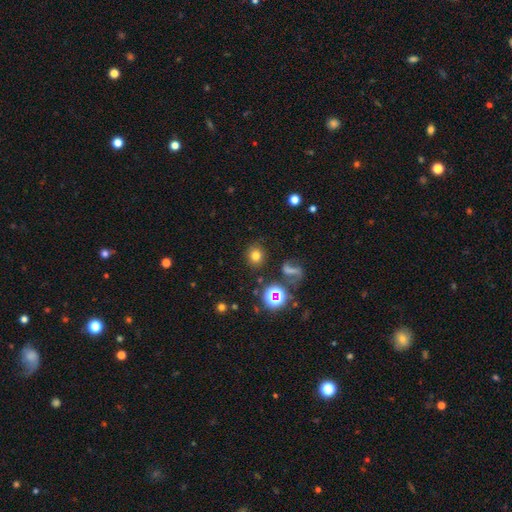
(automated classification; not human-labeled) Smooth or featured? smooth (71%)
How rounded? round (81%)
Merging? none (85%)